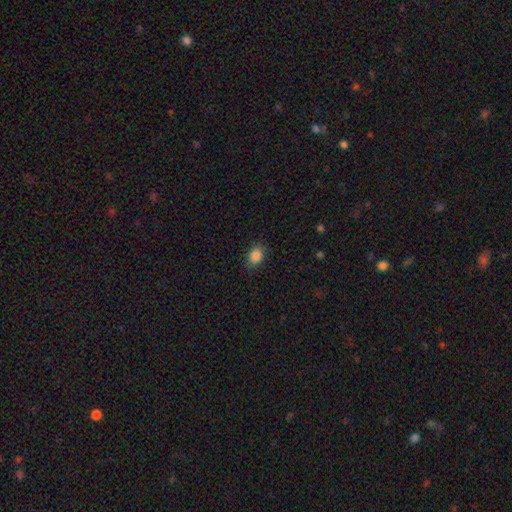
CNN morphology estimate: smooth_or_featured: smooth (p=0.86) [alt: star or artifact p=0.10]
how_rounded: in between (p=0.65) [alt: round p=0.33]
merging: none (p=0.84) [alt: minor disturbance p=0.12]